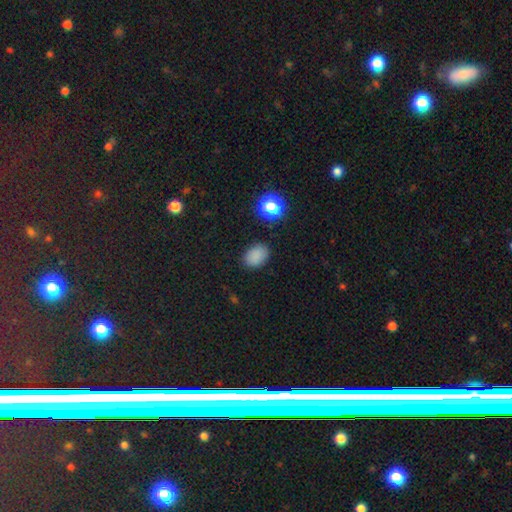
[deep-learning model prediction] Smooth or featured: smooth — 83% (star or artifact — 13%)
How rounded: in between — 76% (round — 23%)
Merging: none — 84% (minor disturbance — 12%)